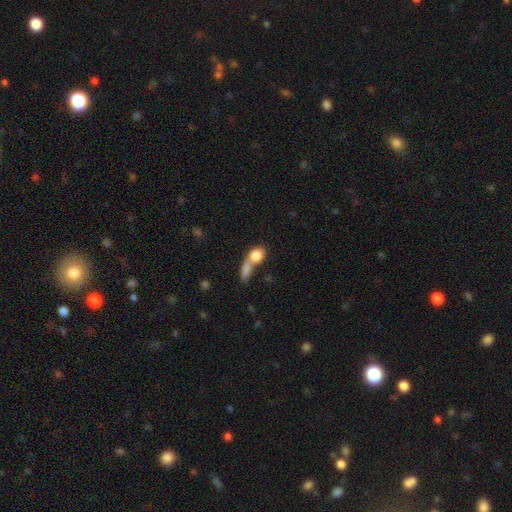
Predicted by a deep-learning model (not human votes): Overall: smooth (82%). How rounded: in between (55%; round 39%). Merging: merger (62%; none 25%).